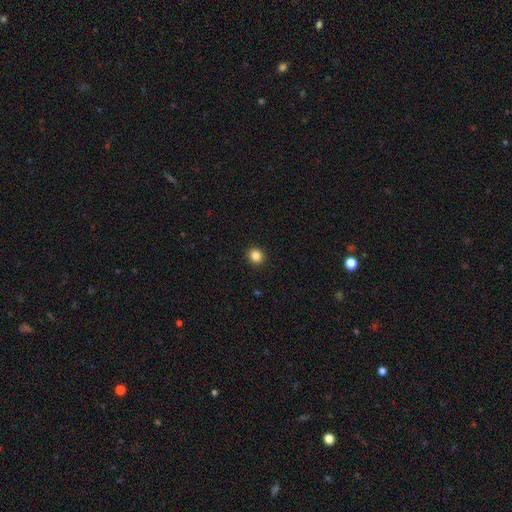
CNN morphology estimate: A smooth galaxy with no disk features (85%) that is round (87%).

Vote fractions:
- Smooth or featured? smooth: 85% / star or artifact: 11% / featured or disk: 4%
- How rounded? round: 87% / in between: 12% / cigar-shaped: 1%
- Merging? none: 93% / minor disturbance: 5% / major disturbance: 2% / merger: 1%